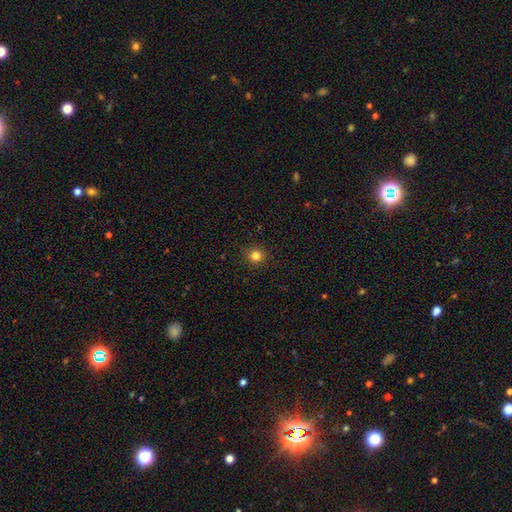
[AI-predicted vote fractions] This is clearly a smooth galaxy (82%). How rounded: clearly round (94%). Merging: clearly none (92%).